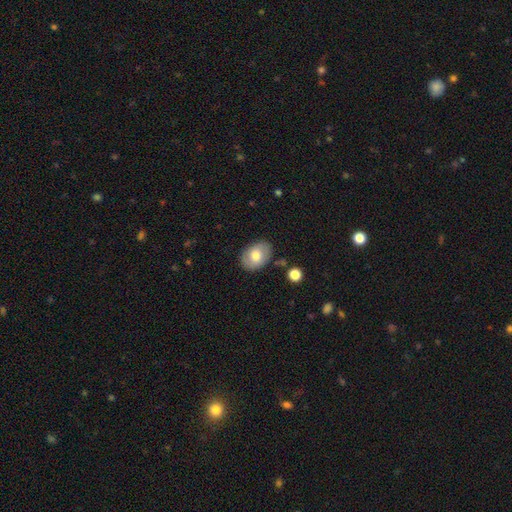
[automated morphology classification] Smooth or featured? smooth (73%)
How rounded? in between (77%)
Merging? none (82%)